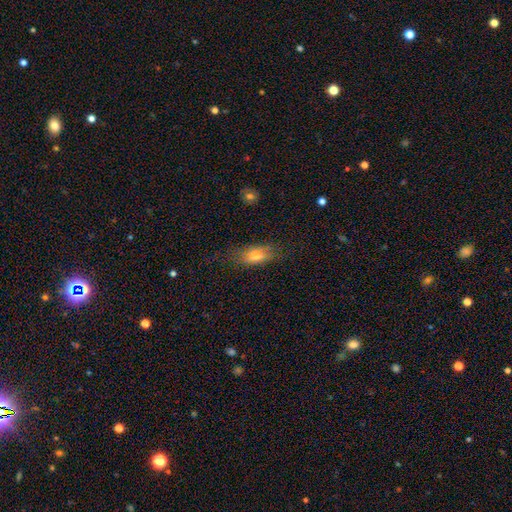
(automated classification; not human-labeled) smooth 69%, featured or disk 22%, star or artifact 9%. Down the decision tree: how rounded — in between (74%); merging — none (69%).